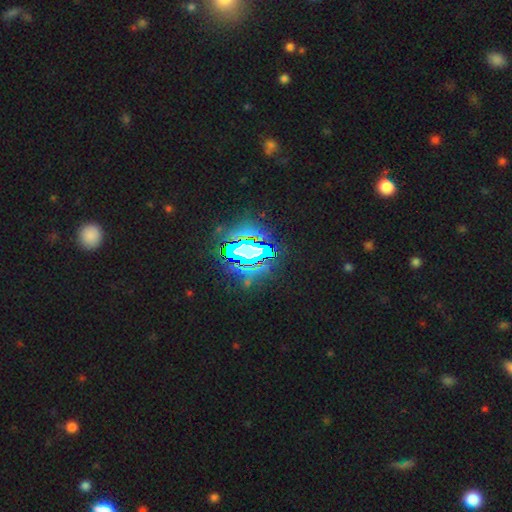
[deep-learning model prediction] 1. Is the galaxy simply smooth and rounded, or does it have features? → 83% star or artifact, 10% smooth, 6% featured or disk.